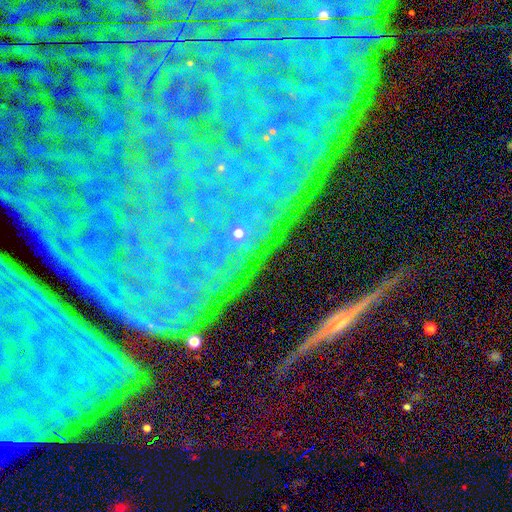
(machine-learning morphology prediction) smooth-or-featured: star or artifact: 55% | featured or disk: 34% | smooth: 11%